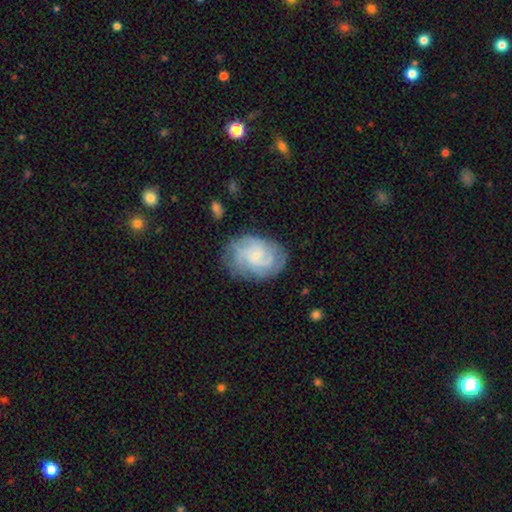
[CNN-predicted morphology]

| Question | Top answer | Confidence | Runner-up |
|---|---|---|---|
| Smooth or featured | featured or disk | 75% | smooth (19%) |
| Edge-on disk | no | 98% | yes (2%) |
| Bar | no | 67% | weak (29%) |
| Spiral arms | yes | 94% | no (6%) |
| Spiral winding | tight | 55% | medium (35%) |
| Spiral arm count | can't tell | 32% | 3 (23%) |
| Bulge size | small | 74% | moderate (15%) |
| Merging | none | 74% | minor disturbance (18%) |